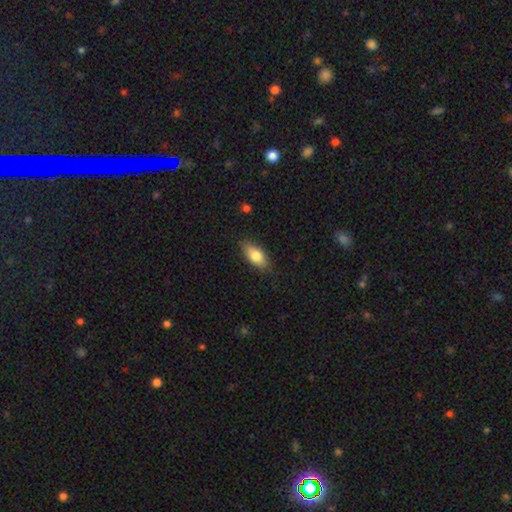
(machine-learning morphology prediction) Smooth or featured? smooth (80%)
How rounded? in between (87%)
Merging? none (84%)